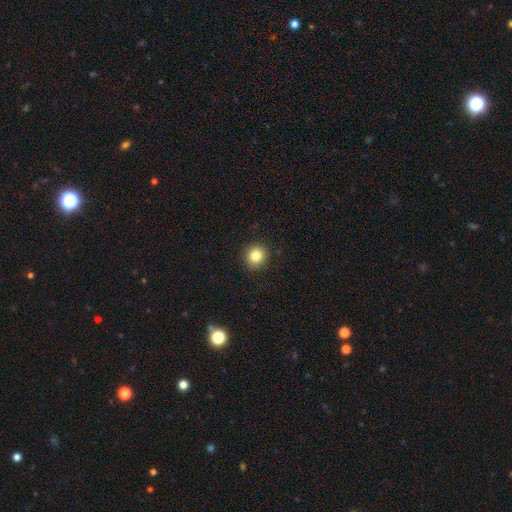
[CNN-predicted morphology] This is clearly a smooth galaxy (83%). How rounded: clearly round (92%). Merging: clearly none (92%).